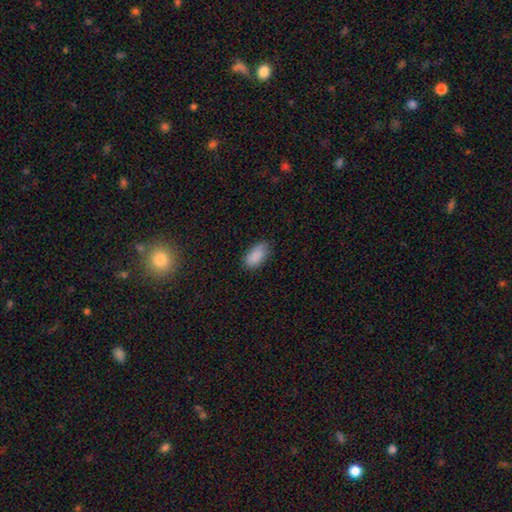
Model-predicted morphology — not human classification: Q: Smooth or featured?
A: smooth (88%); runner-up: star or artifact (8%)
Q: How rounded?
A: in between (92%); runner-up: cigar-shaped (4%)
Q: Merging?
A: none (77%); runner-up: minor disturbance (18%)